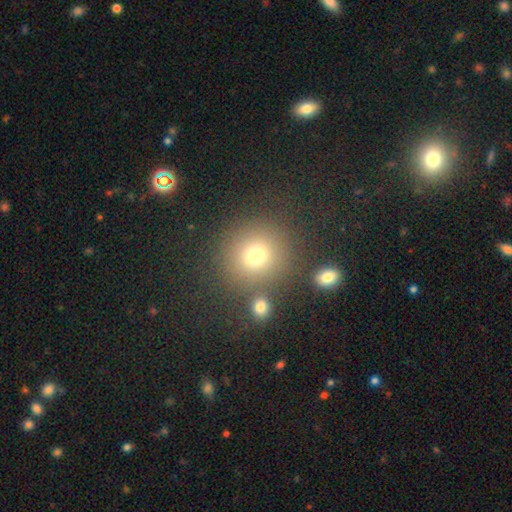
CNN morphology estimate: Q: Smooth or featured?
A: smooth (74%); runner-up: star or artifact (17%)
Q: How rounded?
A: round (90%); runner-up: in between (9%)
Q: Merging?
A: none (79%); runner-up: minor disturbance (9%)